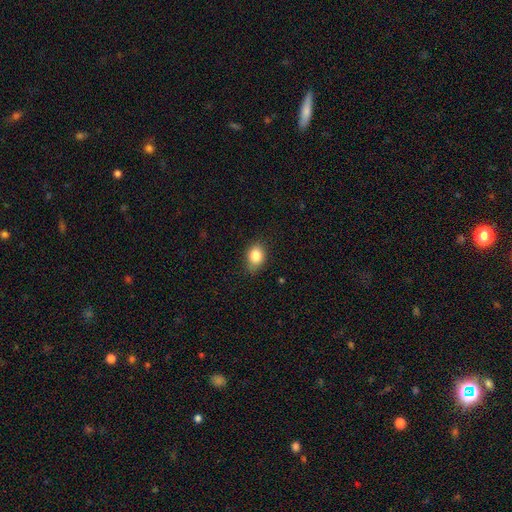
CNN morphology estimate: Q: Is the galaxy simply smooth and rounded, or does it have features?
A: smooth — 84%.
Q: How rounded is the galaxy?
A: in between — 63%.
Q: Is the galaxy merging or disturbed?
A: none — 77%.